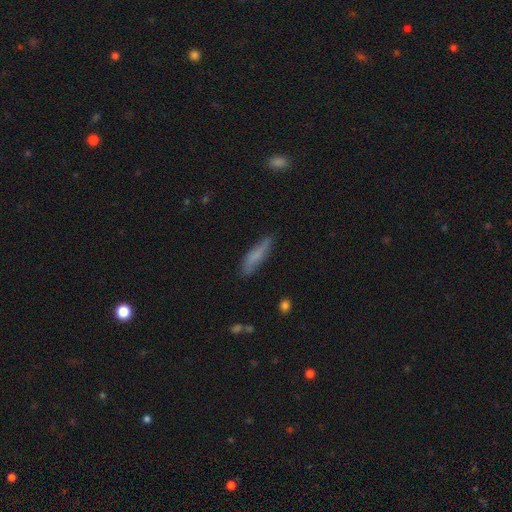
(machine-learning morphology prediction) type=smooth (70%); roundness=cigar-shaped (79%); merging=none (76%).